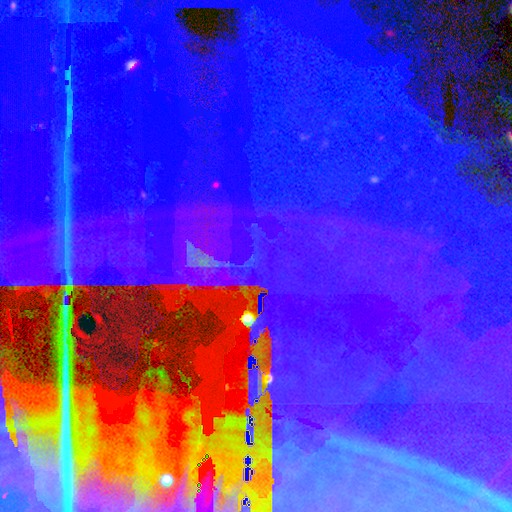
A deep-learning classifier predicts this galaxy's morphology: A star or artifact, not a galaxy (87%).